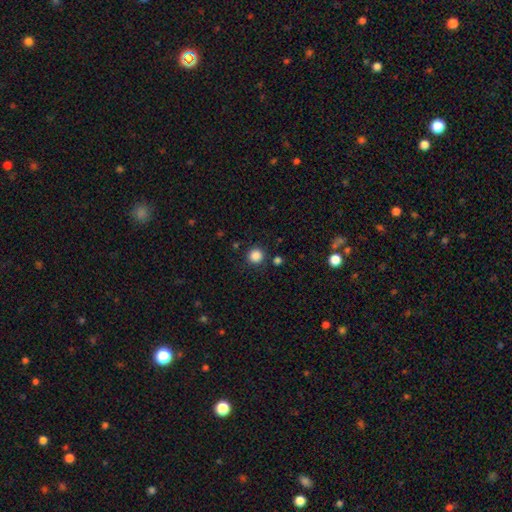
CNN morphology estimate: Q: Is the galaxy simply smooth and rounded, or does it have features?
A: smooth — 85%.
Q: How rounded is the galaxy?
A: round — 94%.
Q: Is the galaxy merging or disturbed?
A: none — 88%.